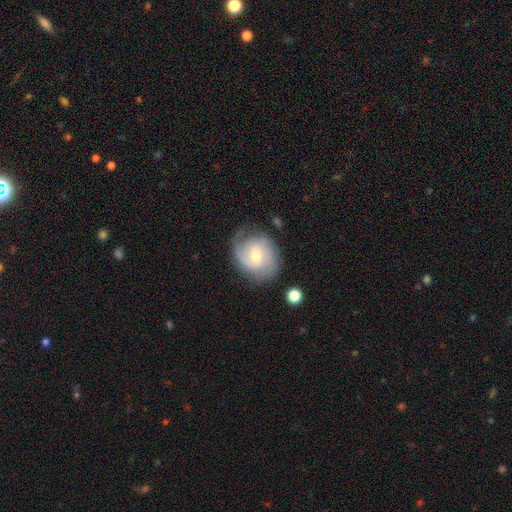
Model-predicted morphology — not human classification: A featured or disk galaxy (79%) with no bar (51%), 2 (53%) tight (46%) spiral arms (95%) and a moderate central bulge (51%).

Vote fractions:
- Smooth or featured? featured or disk: 79% / smooth: 15% / star or artifact: 6%
- Edge-on disk? no: 98% / yes: 2%
- Bar? no: 51% / weak: 43% / strong: 6%
- Spiral arms? yes: 95% / no: 5%
- Spiral winding? tight: 46% / medium: 41% / loose: 13%
- Spiral arm count? 2: 53% / can't tell: 18% / 3: 17% / 1: 7% / 4: 3% / more than 4: 3%
- Bulge size? moderate: 51% / small: 45% / large: 2% / none: 1% / dominant: 1%
- Merging? none: 70% / minor disturbance: 20% / major disturbance: 8% / merger: 2%